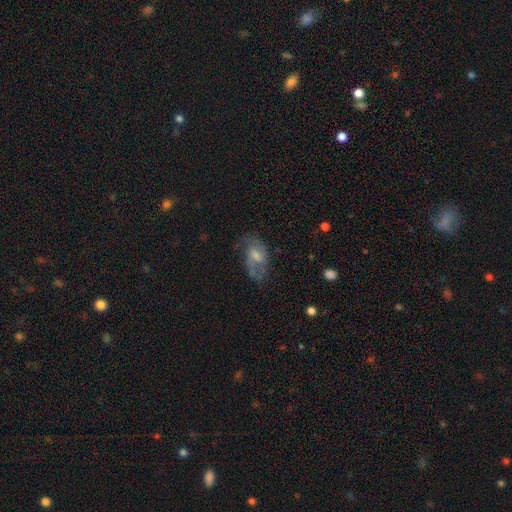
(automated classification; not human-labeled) Smooth or featured: featured or disk — 60% (smooth — 29%)
Edge-on disk: no — 94% (yes — 6%)
Bar: no — 50% (weak — 43%)
Spiral arms: yes — 81% (no — 19%)
Bulge size: moderate — 46% (small — 37%)
Merging: none — 60% (minor disturbance — 23%)